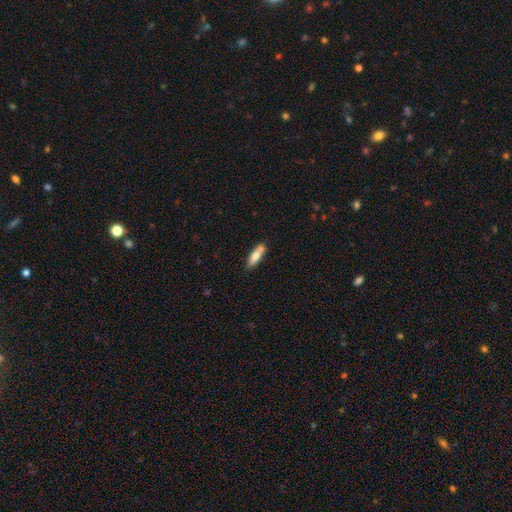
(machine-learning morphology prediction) Q: Smooth or featured?
A: smooth (73%); runner-up: featured or disk (21%)
Q: How rounded?
A: cigar-shaped (58%); runner-up: in between (40%)
Q: Merging?
A: none (69%); runner-up: minor disturbance (17%)